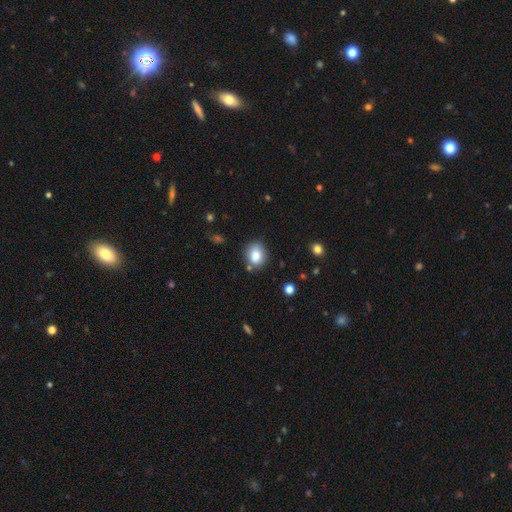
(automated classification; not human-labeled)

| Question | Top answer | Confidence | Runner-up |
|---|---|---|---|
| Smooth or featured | smooth | 83% | star or artifact (10%) |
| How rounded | round | 55% | in between (44%) |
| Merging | none | 77% | minor disturbance (13%) |